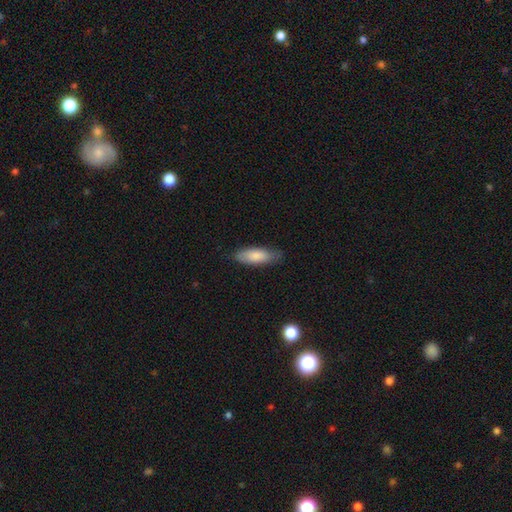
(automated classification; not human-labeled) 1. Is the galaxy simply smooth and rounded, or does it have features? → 83% smooth, 11% featured or disk, 6% star or artifact.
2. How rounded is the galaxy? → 68% in between, 31% cigar-shaped, 2% round.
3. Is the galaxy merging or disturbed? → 76% none, 20% minor disturbance, 3% major disturbance, 1% merger.